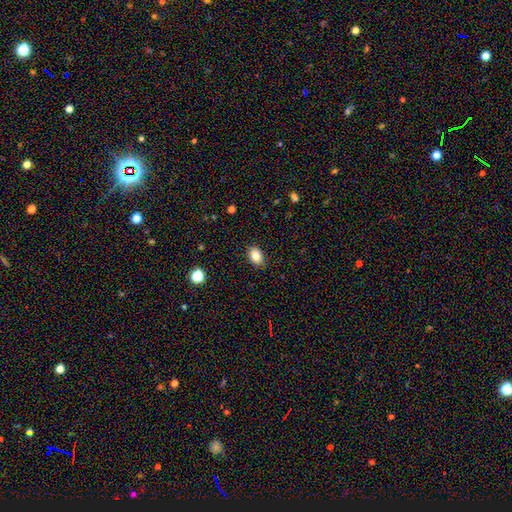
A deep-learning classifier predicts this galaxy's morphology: Overall: smooth (84%). How rounded: in between (79%). Merging: none (88%).